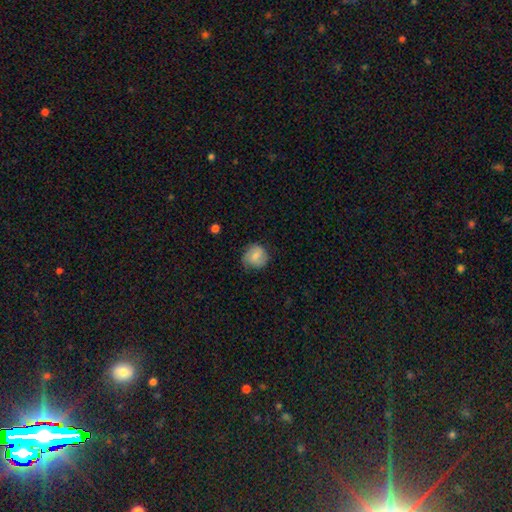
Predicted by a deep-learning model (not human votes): Overall: smooth (68%). How rounded: round (87%). Merging: none (70%).